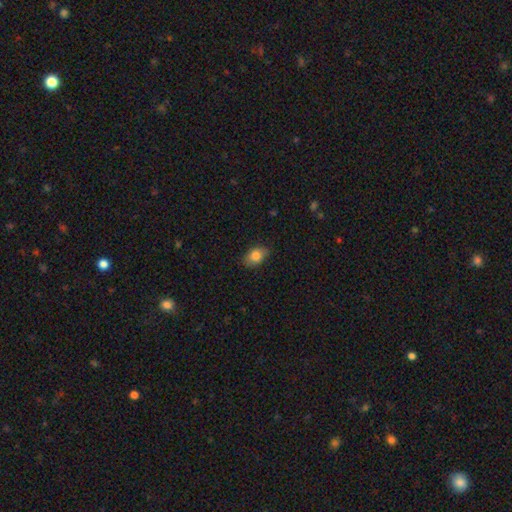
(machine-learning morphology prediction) smooth 84%, star or artifact 8%, featured or disk 8%. Down the decision tree: how rounded — in between (83%); merging — none (80%).